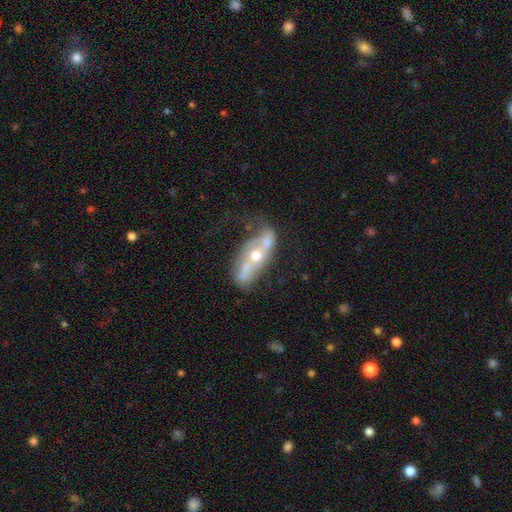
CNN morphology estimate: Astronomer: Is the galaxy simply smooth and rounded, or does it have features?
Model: featured or disk — 69%.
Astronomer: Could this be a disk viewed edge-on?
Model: no — 83%.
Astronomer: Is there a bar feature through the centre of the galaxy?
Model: no — 67%.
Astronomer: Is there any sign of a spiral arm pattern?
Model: no — 51% (runner-up: yes, 49%).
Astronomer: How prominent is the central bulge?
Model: moderate — 69%.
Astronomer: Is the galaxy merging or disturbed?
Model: none — 37% (runner-up: merger, 23%).